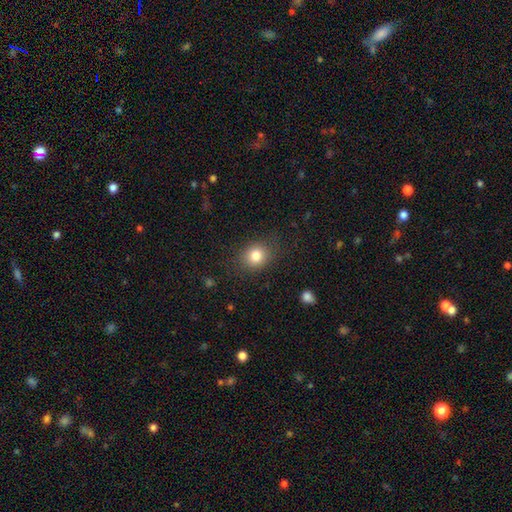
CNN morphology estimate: type=smooth (82%); roundness=round (68%); merging=none (82%).